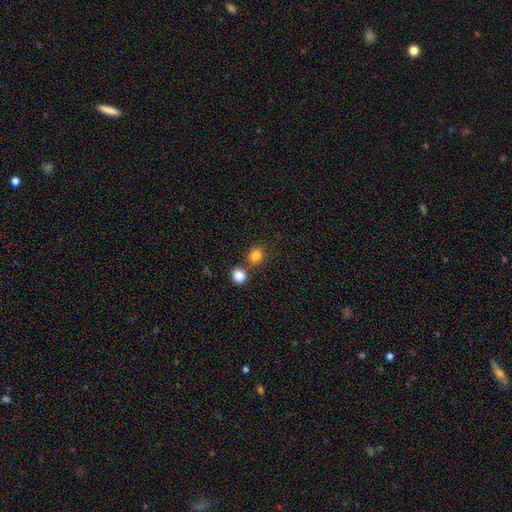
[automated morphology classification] Smooth or featured?
  - smooth: 83% *
  - star or artifact: 12%
  - featured or disk: 5%
How rounded?
  - round: 76% *
  - in between: 23%
  - cigar-shaped: 1%
Merging?
  - none: 68% *
  - merger: 20%
  - minor disturbance: 9%
  - major disturbance: 3%